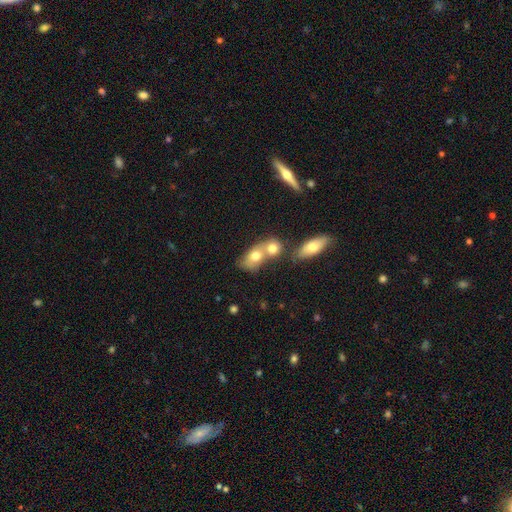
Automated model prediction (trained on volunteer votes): This is possibly a smooth galaxy (49%). Merging: marginally merger (44%).